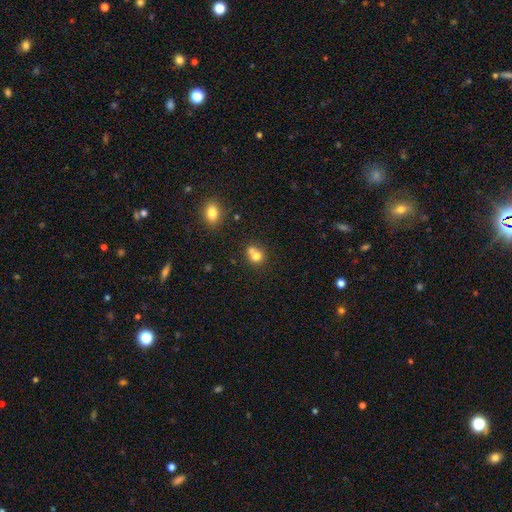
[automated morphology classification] Smooth or featured: smooth — 75% (featured or disk — 13%)
How rounded: round — 79% (in between — 20%)
Merging: merger — 51% (none — 38%)